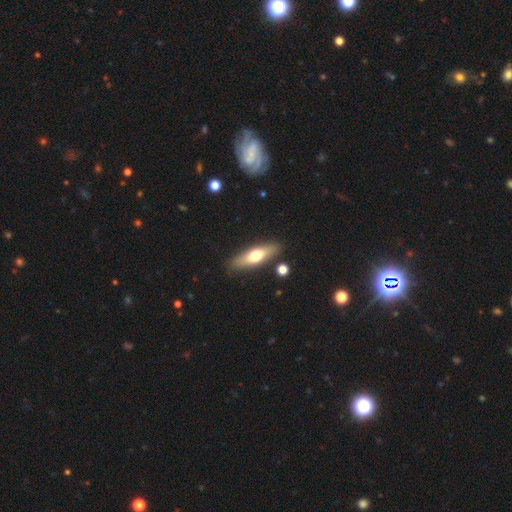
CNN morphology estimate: This appears to be a smooth galaxy with no disk features (54%) that is cigar-shaped (60%). Merging: none (86%).